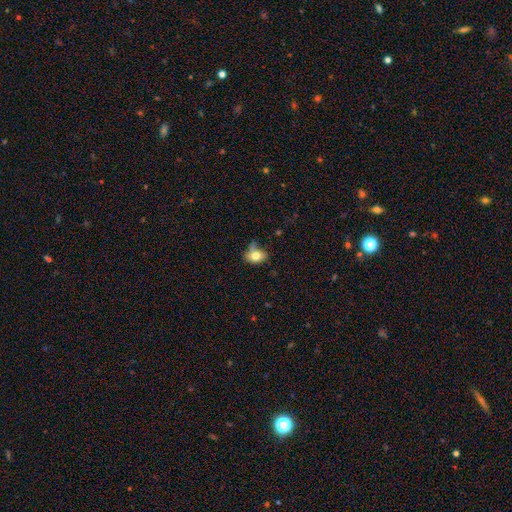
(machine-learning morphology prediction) This appears to be a smooth galaxy with no disk features (75%) that is in between round and cigar-shaped (66%). Merging: none (42%).